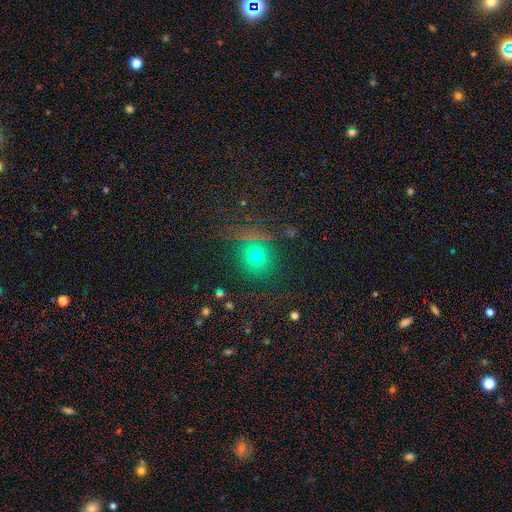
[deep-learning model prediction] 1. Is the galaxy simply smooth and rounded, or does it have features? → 66% smooth, 25% star or artifact, 9% featured or disk.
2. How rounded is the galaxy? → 84% round, 14% in between, 2% cigar-shaped.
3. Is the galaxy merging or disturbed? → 80% none, 10% minor disturbance, 5% merger, 5% major disturbance.